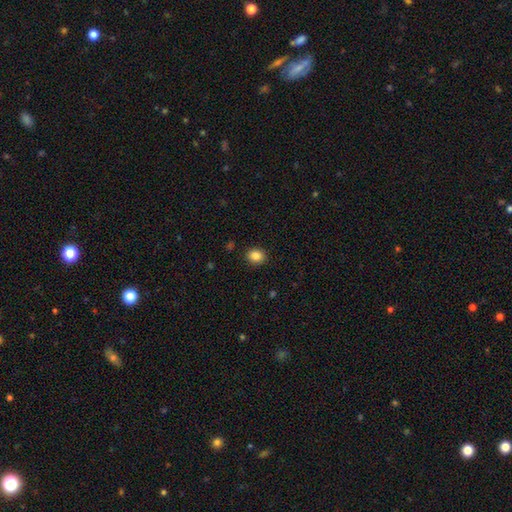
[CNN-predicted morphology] This is clearly a smooth galaxy (85%). How rounded: likely round (65%). Merging: clearly none (90%).